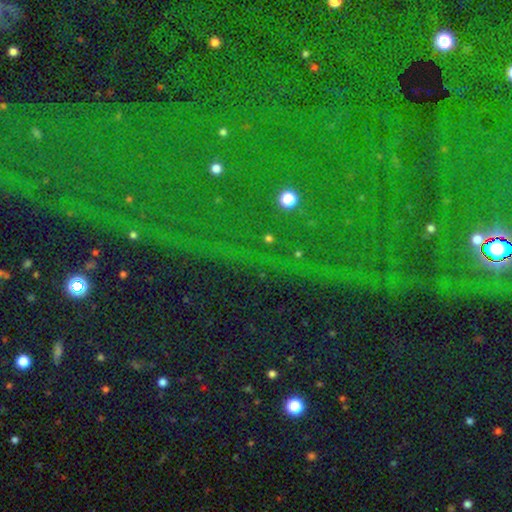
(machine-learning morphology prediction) The model was most divided on "smooth or featured": star or artifact: 86%, smooth: 7%, featured or disk: 7%.